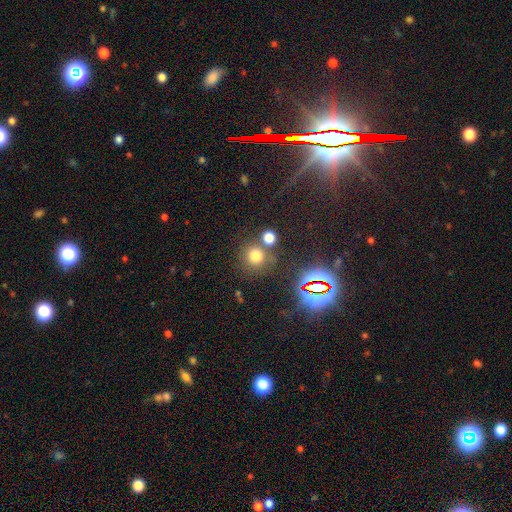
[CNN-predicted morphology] smooth_or_featured: smooth (p=0.70) [alt: star or artifact p=0.22]
how_rounded: round (p=0.88) [alt: in between p=0.11]
merging: none (p=0.63) [alt: merger p=0.22]